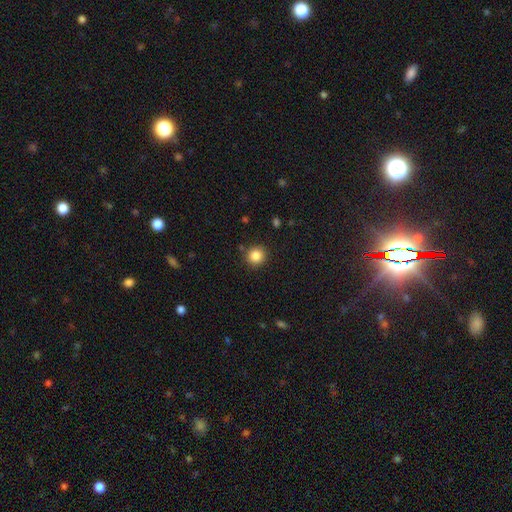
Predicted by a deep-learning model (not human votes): This appears to be a smooth galaxy with no disk features (85%) that is round (92%). Merging: none (88%).